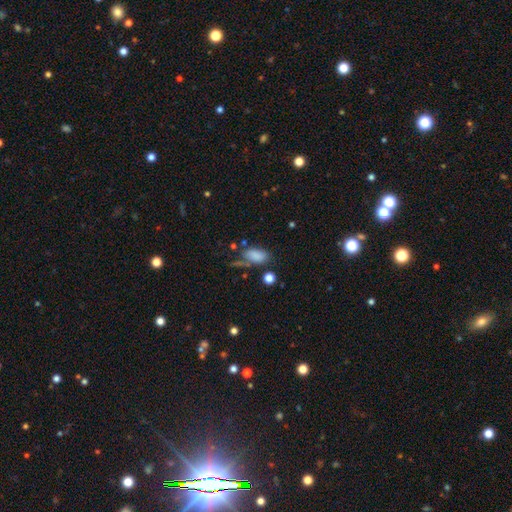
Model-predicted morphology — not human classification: This appears to be a smooth galaxy with no disk features (81%) that is in between round and cigar-shaped (91%). Merging: none (48%).